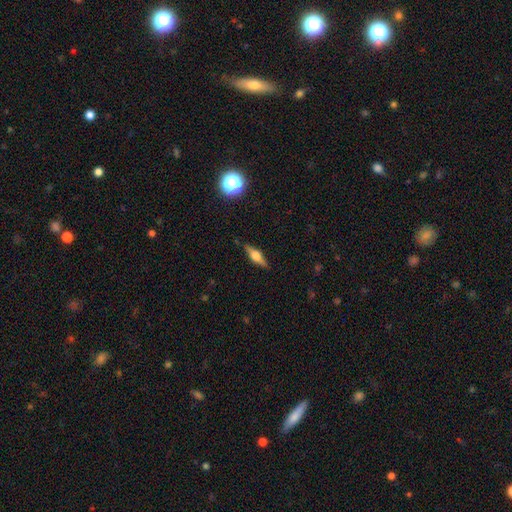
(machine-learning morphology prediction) featured or disk 62%, smooth 31%, star or artifact 7%. Down the decision tree: edge-on disk — yes (95%); edge-on bulge — rounded (89%); merging — none (86%).